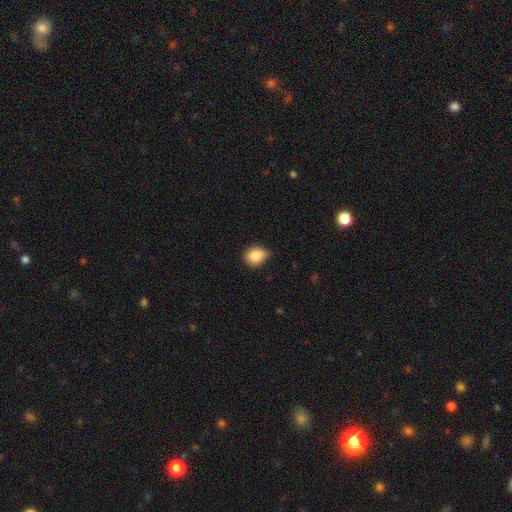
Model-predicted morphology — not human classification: A smooth galaxy with no disk features (85%) that is round (60%).

Vote fractions:
- Smooth or featured? smooth: 85% / star or artifact: 9% / featured or disk: 6%
- How rounded? round: 60% / in between: 39% / cigar-shaped: 1%
- Merging? none: 56% / minor disturbance: 37% / major disturbance: 6% / merger: 2%